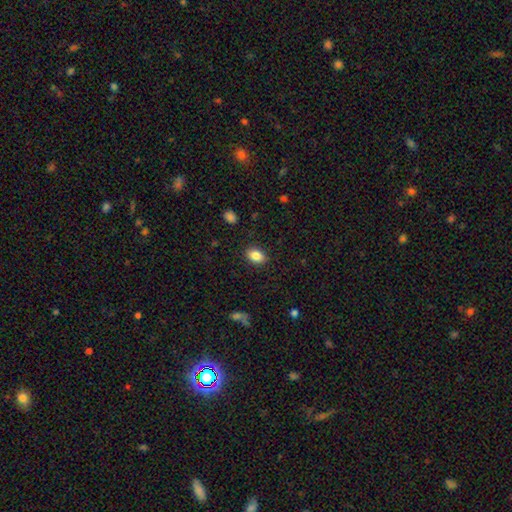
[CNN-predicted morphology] The model was most divided on "how rounded": in between: 82%, round: 17%, cigar-shaped: 1%. More confident: merging — none (87%); smooth or featured — smooth (85%).